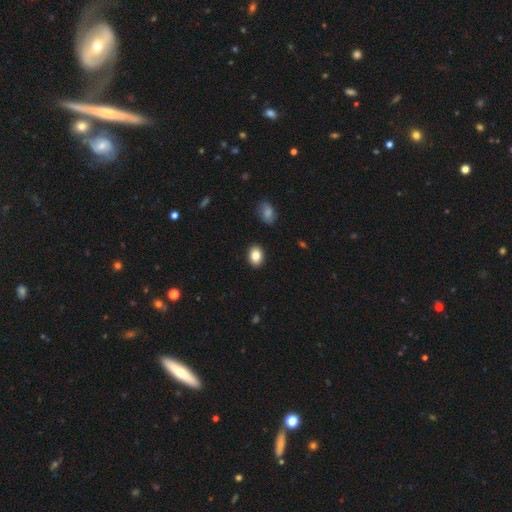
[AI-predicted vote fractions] smooth_or_featured: smooth (p=0.85) [alt: star or artifact p=0.08]
how_rounded: in between (p=0.72) [alt: round p=0.27]
merging: none (p=0.90) [alt: minor disturbance p=0.07]